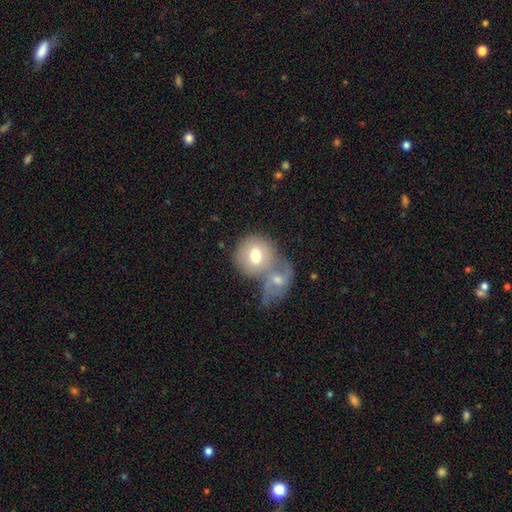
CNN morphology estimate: smooth 68%, featured or disk 26%, star or artifact 7%. Down the decision tree: how rounded — round (81%); merging — merger (56%).